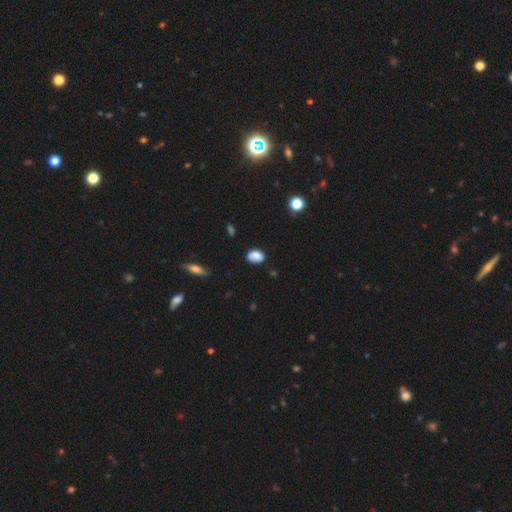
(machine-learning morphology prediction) Q: Smooth or featured?
A: smooth (83%); runner-up: star or artifact (9%)
Q: How rounded?
A: in between (81%); runner-up: round (18%)
Q: Merging?
A: none (73%); runner-up: minor disturbance (20%)